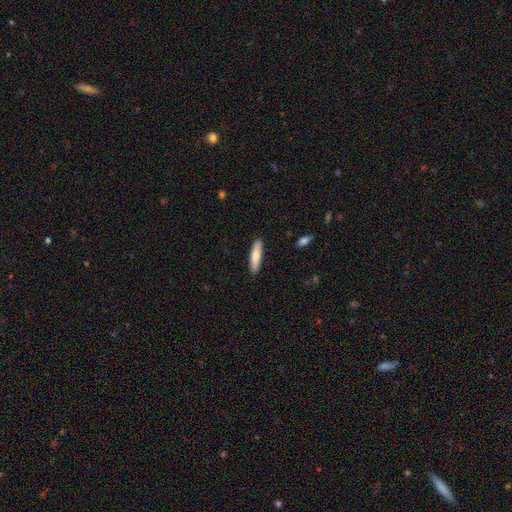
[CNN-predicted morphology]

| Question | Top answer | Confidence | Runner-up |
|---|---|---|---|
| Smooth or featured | smooth | 79% | featured or disk (15%) |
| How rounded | cigar-shaped | 79% | in between (20%) |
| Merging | none | 89% | minor disturbance (8%) |